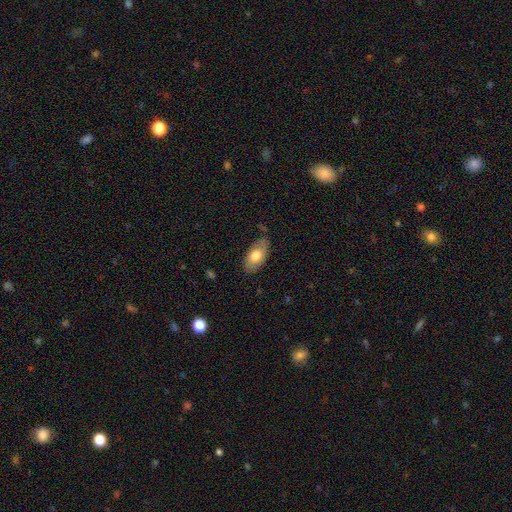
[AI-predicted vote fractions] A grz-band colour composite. It shows a smooth galaxy with no disk features (71%) that is in between round and cigar-shaped (93%). Merging: none (76%).